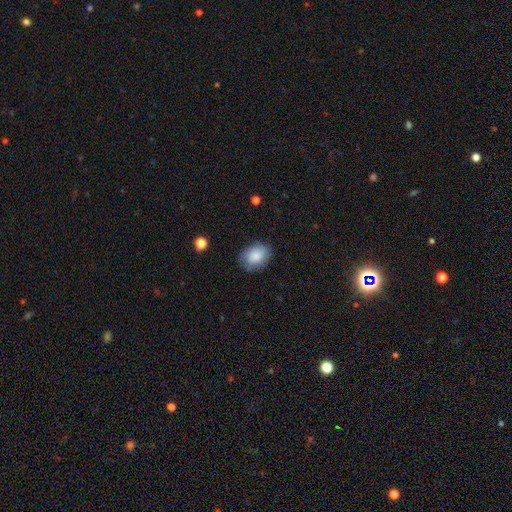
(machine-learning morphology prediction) smooth-or-featured: smooth: 85% | featured or disk: 8% | star or artifact: 7%
  how-rounded: in between: 79% | round: 20% | cigar-shaped: 1%
  merging: none: 74% | minor disturbance: 20% | major disturbance: 5% | merger: 1%